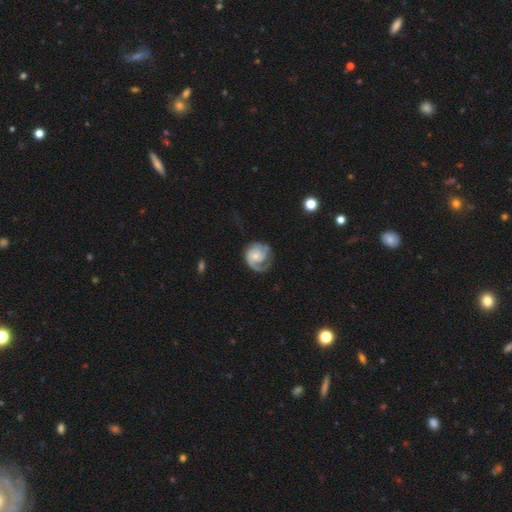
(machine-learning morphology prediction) Smooth or featured? featured or disk (73%)
Edge-on disk? no (98%)
Bar? no (76%)
Spiral arms? yes (92%)
Spiral winding? tight (49%)
Spiral arm count? 1 (45%)
Bulge size? small (62%)
Merging? none (52%)